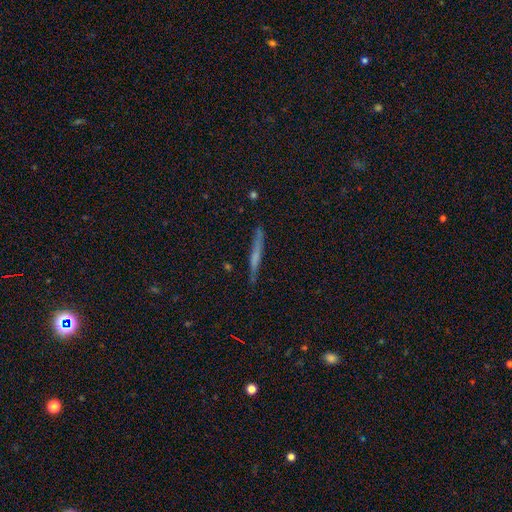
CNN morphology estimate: This appears to be a featured or disk galaxy (47%). Merging: none (85%).